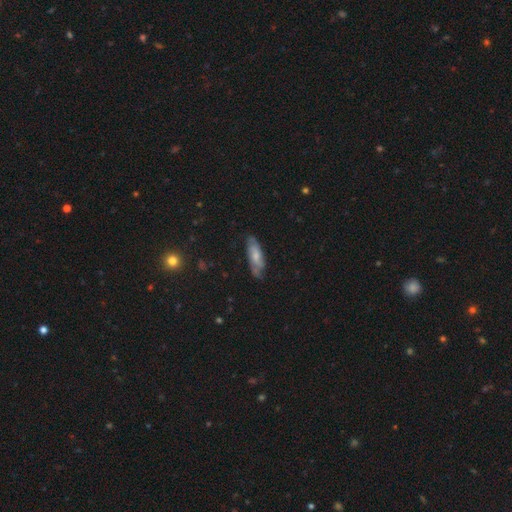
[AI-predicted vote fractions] Smooth or featured?
  - featured or disk: 48% *
  - smooth: 45%
  - star or artifact: 7%
Merging?
  - none: 70% *
  - minor disturbance: 22%
  - major disturbance: 6%
  - merger: 1%